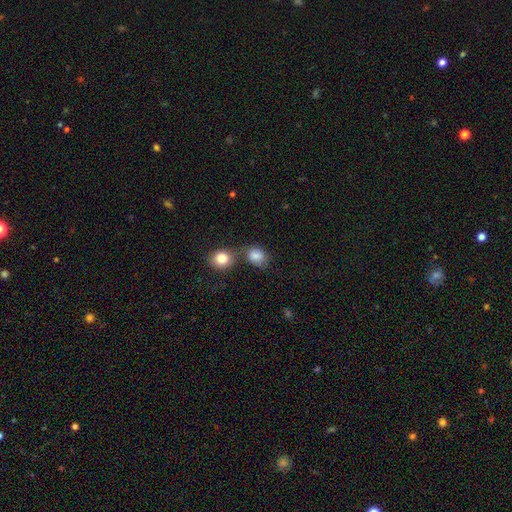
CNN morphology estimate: This appears to be a smooth galaxy with no disk features (83%) that is in between round and cigar-shaped (53%). Merging: none (45%).